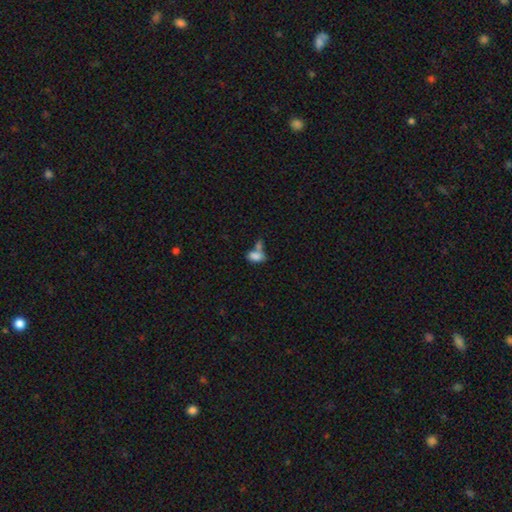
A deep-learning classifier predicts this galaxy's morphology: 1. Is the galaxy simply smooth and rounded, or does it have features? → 80% smooth, 10% featured or disk, 10% star or artifact.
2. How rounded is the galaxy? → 88% in between, 8% round, 4% cigar-shaped.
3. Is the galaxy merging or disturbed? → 50% merger, 30% none, 13% minor disturbance, 7% major disturbance.